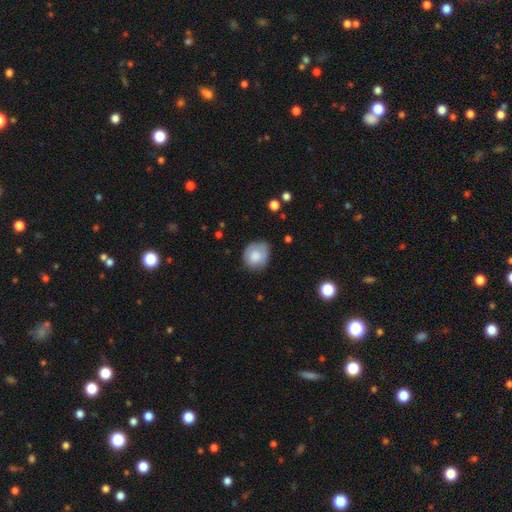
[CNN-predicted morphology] smooth 74%, featured or disk 19%, star or artifact 7%. Down the decision tree: how rounded — round (74%); merging — none (66%).